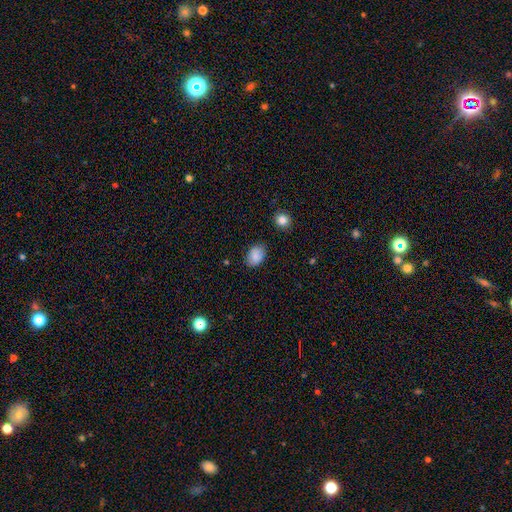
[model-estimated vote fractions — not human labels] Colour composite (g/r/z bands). It shows a smooth galaxy with no disk features (87%) that is in between round and cigar-shaped (79%). Merging: none (83%).